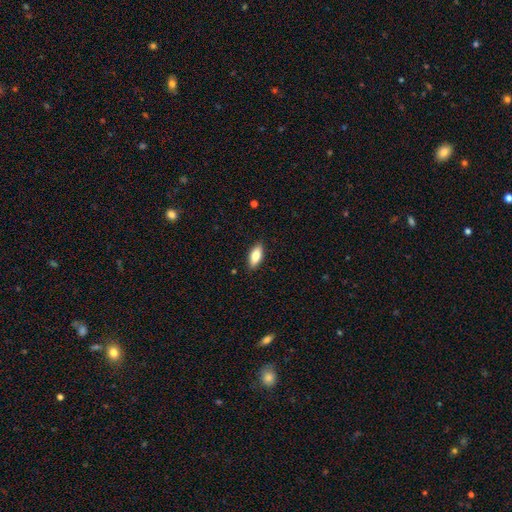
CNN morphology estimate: smooth 80%, featured or disk 14%, star or artifact 6%. Down the decision tree: how rounded — in between (81%); merging — none (87%).